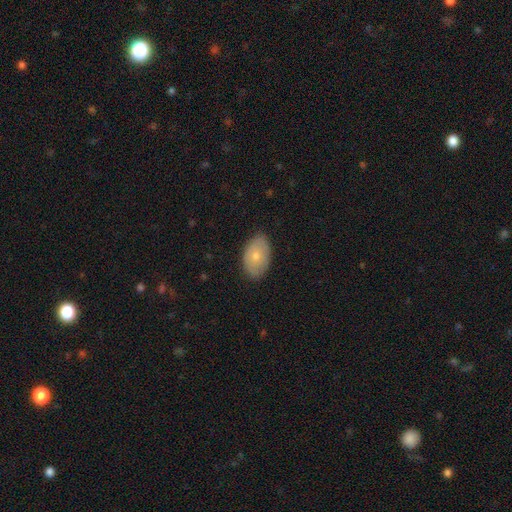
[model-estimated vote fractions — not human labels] Morphology: type=smooth (67%); roundness=in between (90%); merging=none (83%).